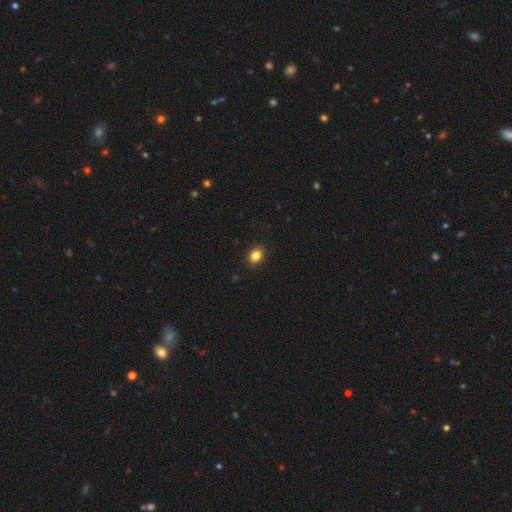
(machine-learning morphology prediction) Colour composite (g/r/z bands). It shows a smooth galaxy with no disk features (85%) that is in between round and cigar-shaped (60%). Merging: none (91%).